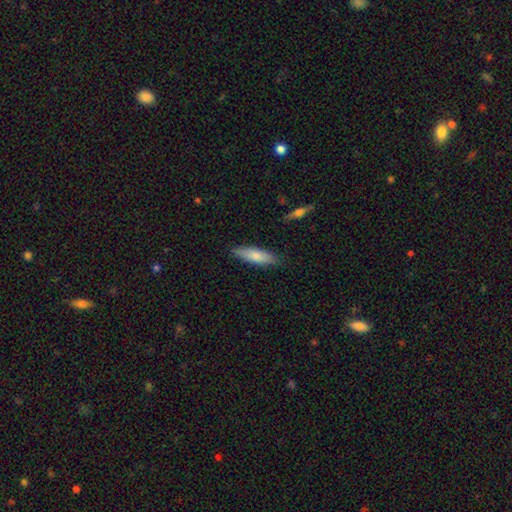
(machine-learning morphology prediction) Q: Smooth or featured?
A: smooth (77%); runner-up: featured or disk (17%)
Q: How rounded?
A: cigar-shaped (58%); runner-up: in between (40%)
Q: Merging?
A: none (86%); runner-up: minor disturbance (11%)